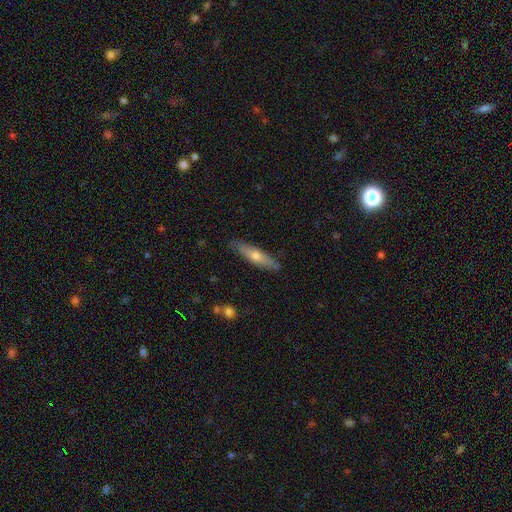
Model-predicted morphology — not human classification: type=smooth (50%); roundness=cigar-shaped (79%); merging=none (86%).